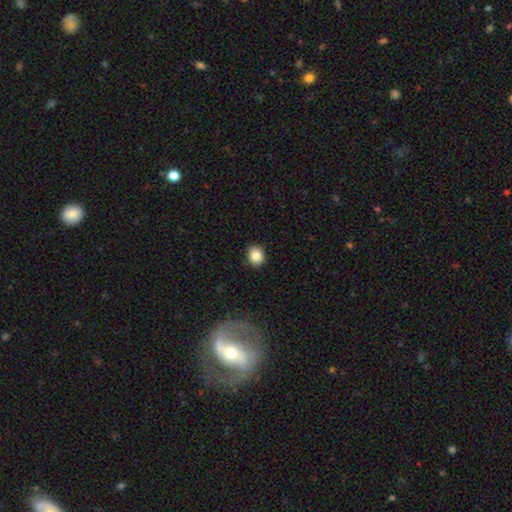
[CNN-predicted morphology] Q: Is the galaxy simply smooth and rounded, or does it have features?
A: smooth — 85%.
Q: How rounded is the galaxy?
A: round — 74%.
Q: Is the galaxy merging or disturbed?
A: none — 91%.